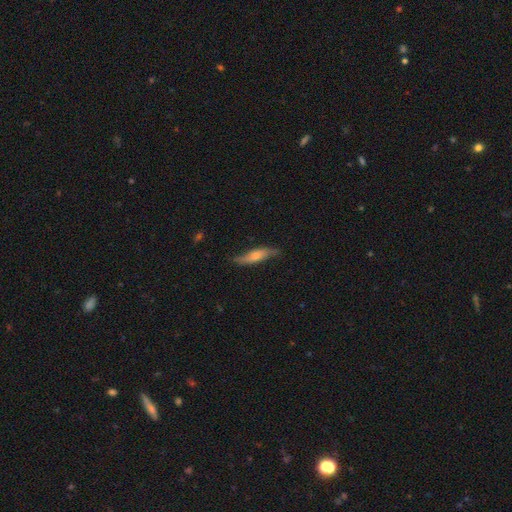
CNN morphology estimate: Q: Smooth or featured?
A: featured or disk (49%); runner-up: smooth (45%)
Q: Merging?
A: none (71%); runner-up: minor disturbance (22%)